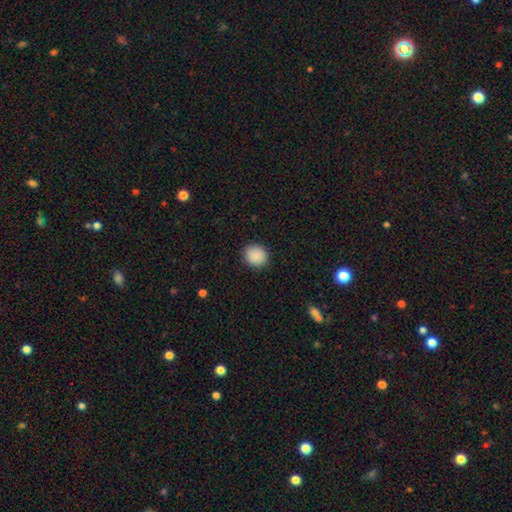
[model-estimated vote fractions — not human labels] smooth 89%, star or artifact 8%, featured or disk 2%. Down the decision tree: how rounded — round (83%); merging — none (90%).